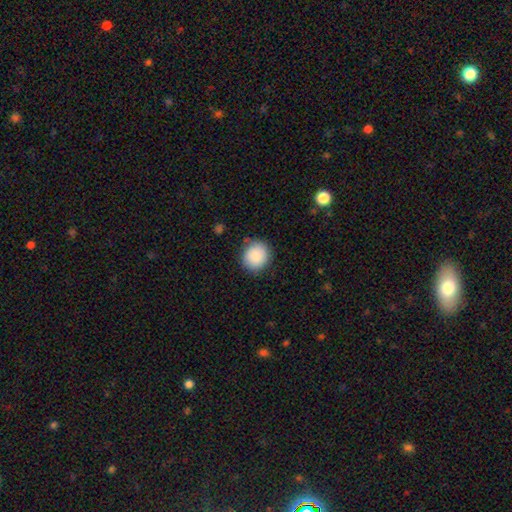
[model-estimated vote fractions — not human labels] This is clearly a smooth galaxy (88%). How rounded: clearly round (85%). Merging: clearly none (85%).